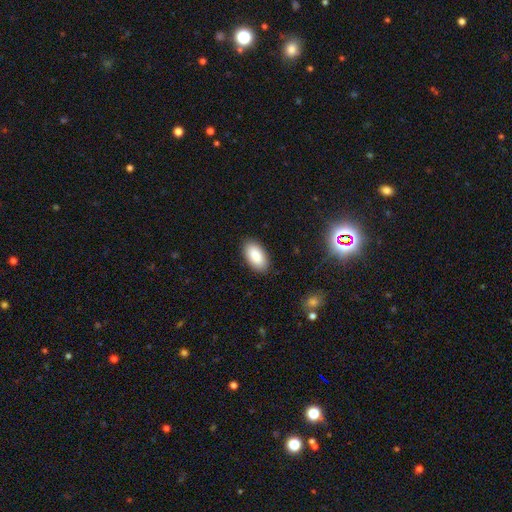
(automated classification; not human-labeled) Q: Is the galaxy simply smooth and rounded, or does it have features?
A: smooth — 88%.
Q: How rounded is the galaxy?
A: in between — 95%.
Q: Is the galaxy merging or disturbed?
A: none — 88%.